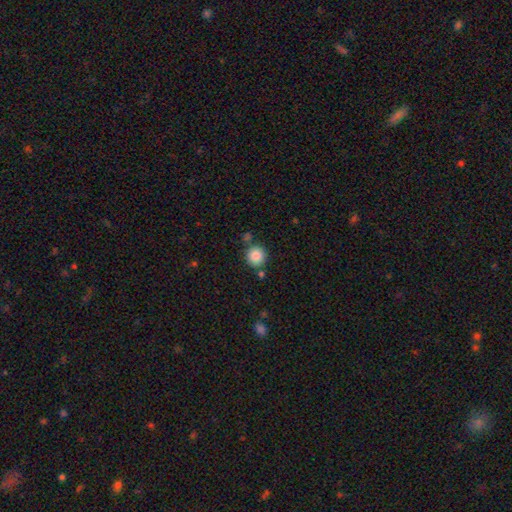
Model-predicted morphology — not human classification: Smooth or featured? smooth (86%)
How rounded? round (91%)
Merging? none (78%)